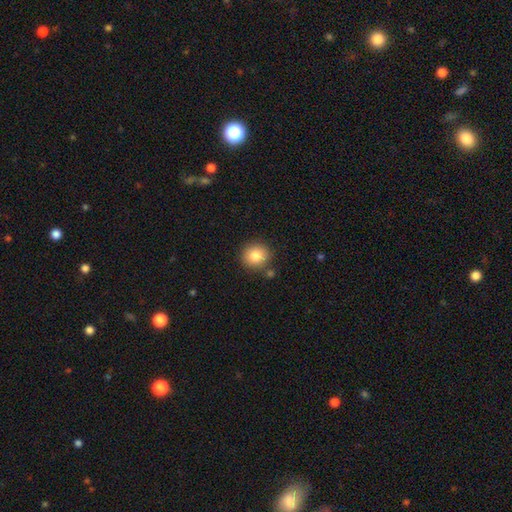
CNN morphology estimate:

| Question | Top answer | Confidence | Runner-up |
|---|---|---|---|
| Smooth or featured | smooth | 83% | star or artifact (10%) |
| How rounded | round | 88% | in between (12%) |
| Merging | none | 83% | minor disturbance (9%) |